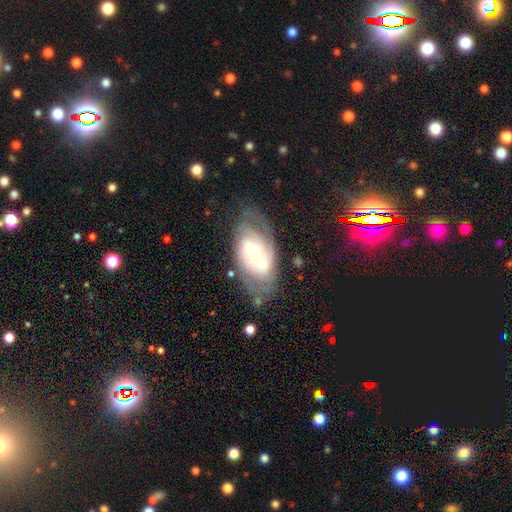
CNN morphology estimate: A featured or disk galaxy (70%) with a weak bar (40%), 2 (60%) tight (44%) spiral arms (81%) and a small central bulge (47%). Merging: none (62%).